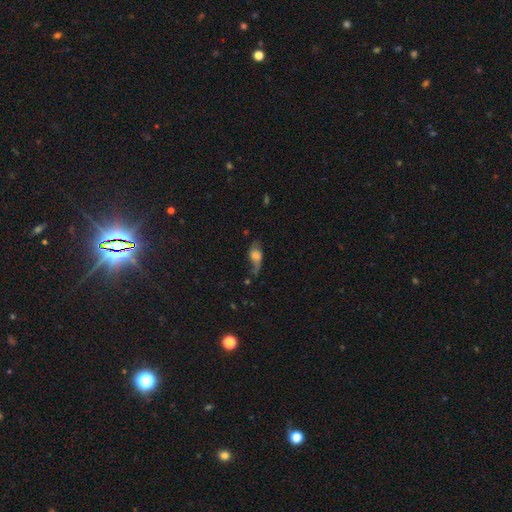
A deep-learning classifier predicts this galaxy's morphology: A featured or disk galaxy (46%).

Vote fractions:
- Smooth or featured? featured or disk: 46% / smooth: 43% / star or artifact: 11%
- Merging? none: 40% / minor disturbance: 28% / major disturbance: 27% / merger: 6%